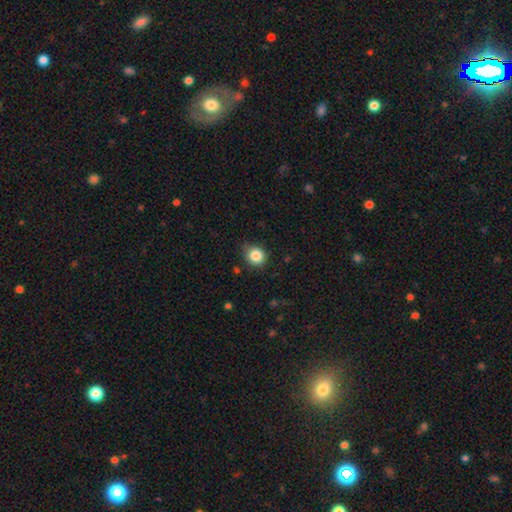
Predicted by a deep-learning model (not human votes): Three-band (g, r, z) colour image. It shows a smooth galaxy with no disk features (85%) that is round (86%). Merging: none (82%).